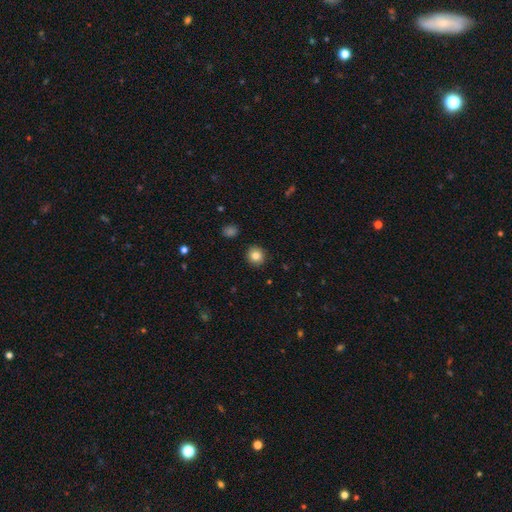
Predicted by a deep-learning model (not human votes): smooth 84%, star or artifact 10%, featured or disk 6%. Down the decision tree: how rounded — round (90%); merging — none (92%).